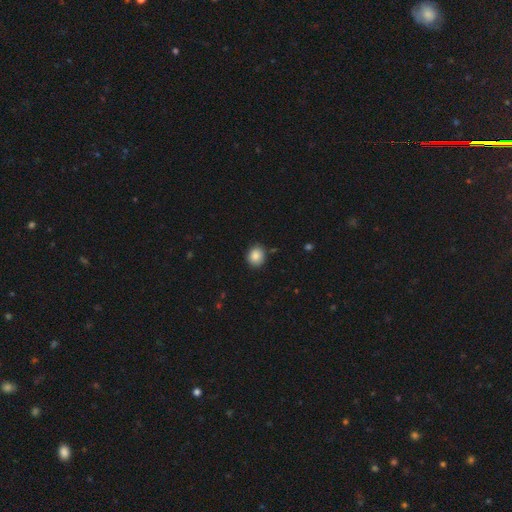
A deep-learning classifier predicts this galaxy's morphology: Smooth or featured? Predicted: smooth (p=0.87). How rounded? Predicted: round (p=0.77). Merging? Predicted: none (p=0.85).